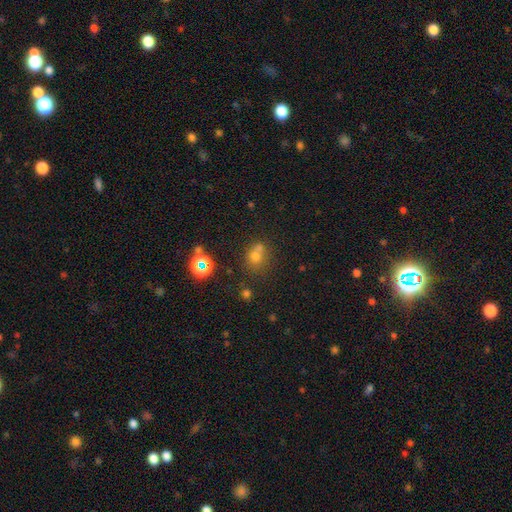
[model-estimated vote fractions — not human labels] smooth 57%, star or artifact 30%, featured or disk 14%. Down the decision tree: how rounded — round (69%); merging — none (49%).